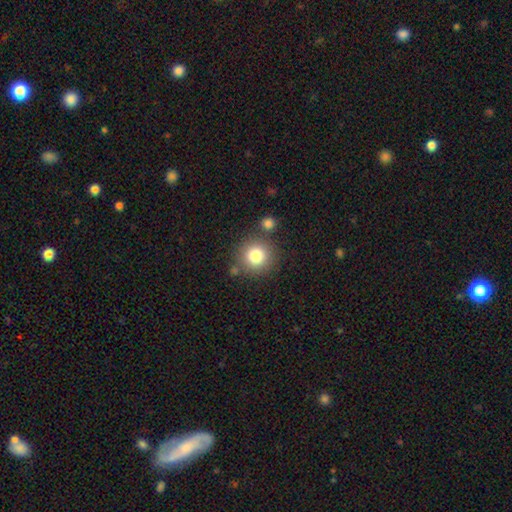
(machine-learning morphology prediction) This is clearly a smooth galaxy (81%). How rounded: clearly round (93%). Merging: likely none (77%).